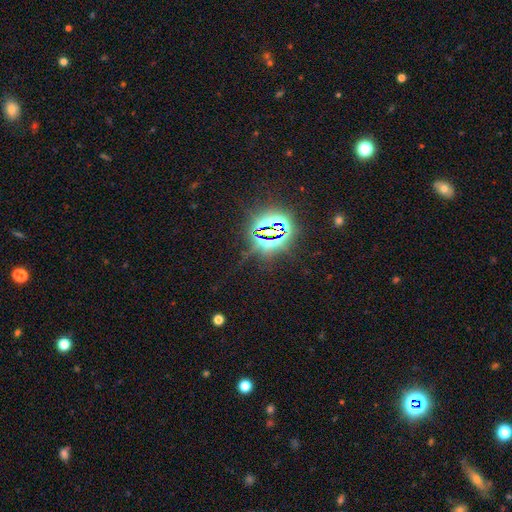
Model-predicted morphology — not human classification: A star or artifact, not a galaxy (83%).